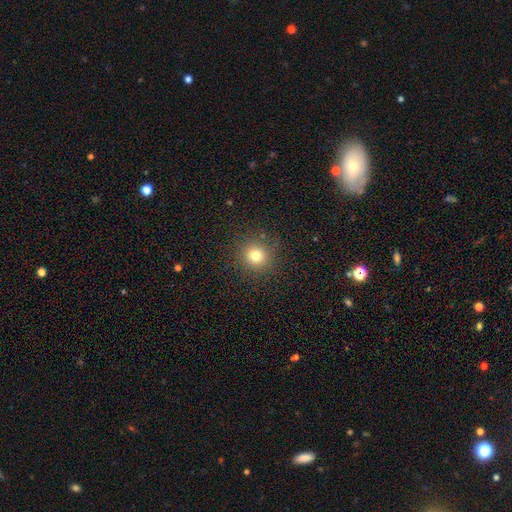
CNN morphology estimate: Overall: smooth (78%). How rounded: round (93%). Merging: none (88%).